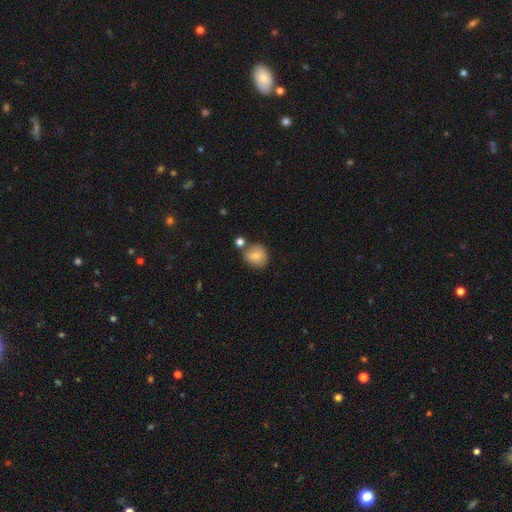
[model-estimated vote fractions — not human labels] smooth_or_featured: smooth (p=0.79) [alt: featured or disk p=0.11]
how_rounded: round (p=0.78) [alt: in between p=0.21]
merging: none (p=0.65) [alt: merger p=0.17]